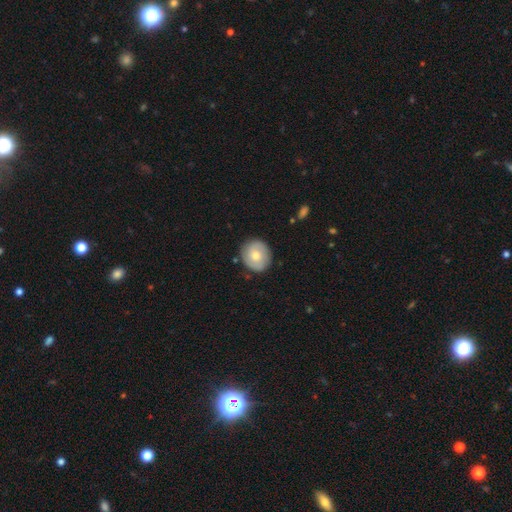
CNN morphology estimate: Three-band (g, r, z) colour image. It shows a smooth galaxy with no disk features (61%) that is round (85%). Merging: none (85%).